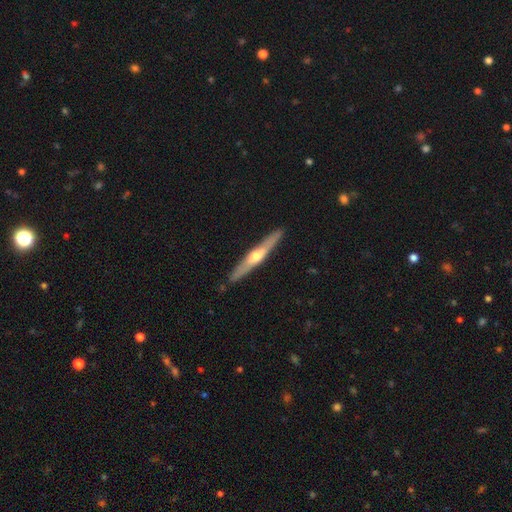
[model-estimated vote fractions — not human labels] Q: Smooth or featured?
A: featured or disk (67%); runner-up: smooth (28%)
Q: Edge-on disk?
A: yes (96%); runner-up: no (4%)
Q: Edge-on bulge?
A: rounded (89%); runner-up: none (7%)
Q: Merging?
A: none (90%); runner-up: minor disturbance (7%)